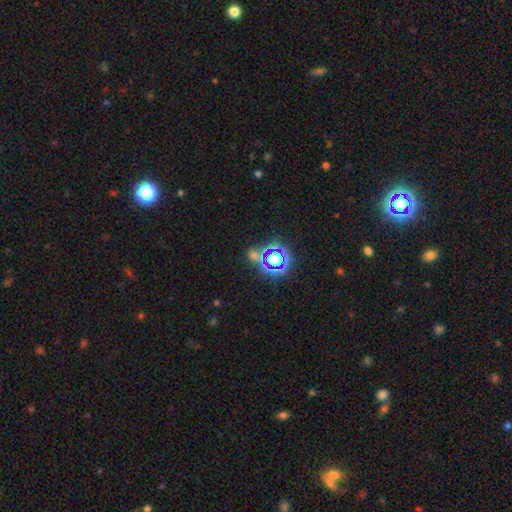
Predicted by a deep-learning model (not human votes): Morphology: type=star or artifact (72%).